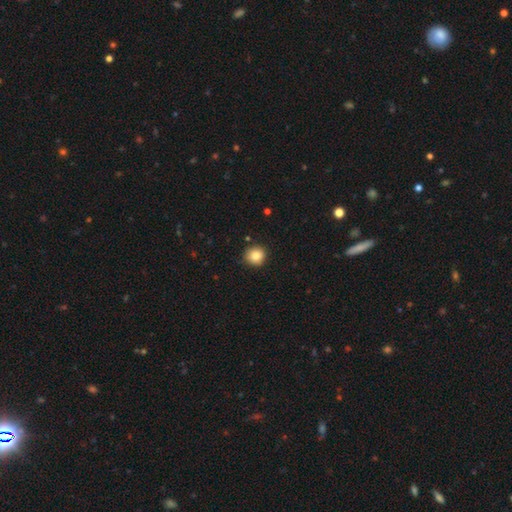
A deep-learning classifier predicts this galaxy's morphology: Overall: smooth (84%). How rounded: round (91%). Merging: none (89%).